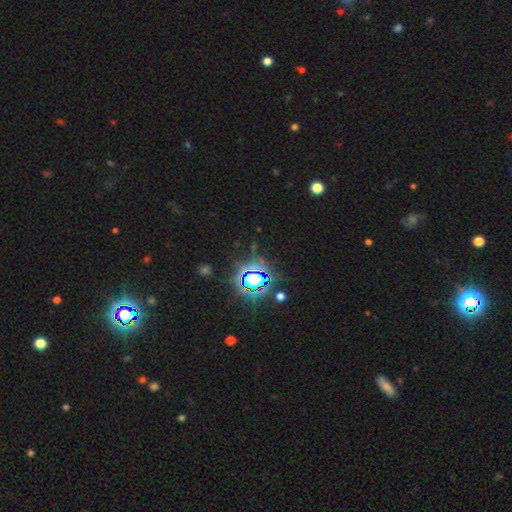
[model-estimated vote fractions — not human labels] This appears to be a star or artifact, not a galaxy (81%).